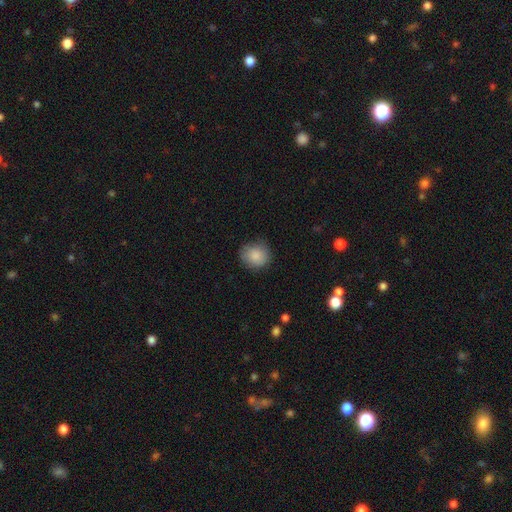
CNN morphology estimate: smooth-or-featured: smooth: 87% | star or artifact: 7% | featured or disk: 6%
  how-rounded: round: 84% | in between: 15% | cigar-shaped: 1%
  merging: none: 81% | minor disturbance: 15% | major disturbance: 3% | merger: 1%